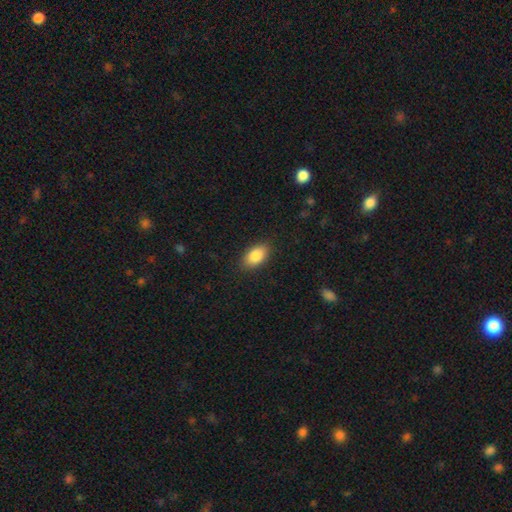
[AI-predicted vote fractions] smooth 86%, featured or disk 7%, star or artifact 7%. Down the decision tree: how rounded — in between (92%); merging — none (88%).